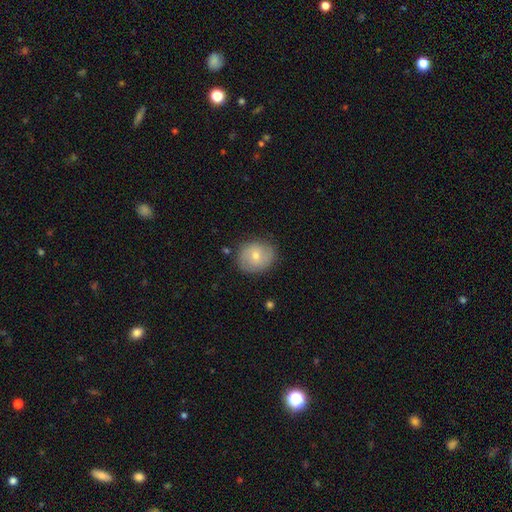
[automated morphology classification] Overall: smooth (64%; featured or disk 29%). How rounded: round (68%; in between 31%). Merging: none (80%).